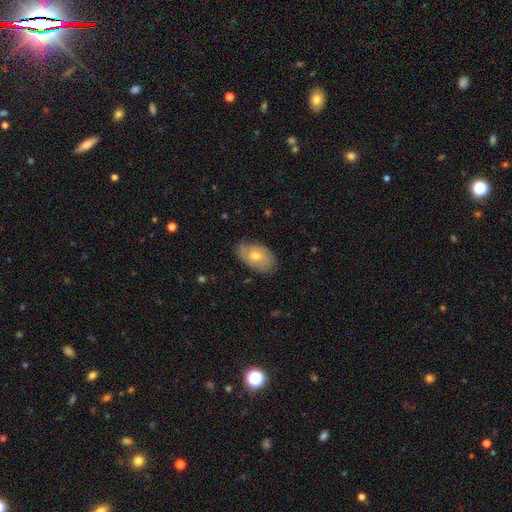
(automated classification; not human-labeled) Overall: featured or disk (47%; smooth 45%). Merging: none (76%).